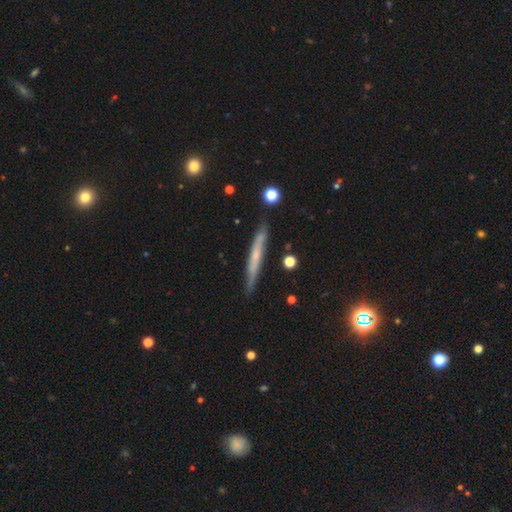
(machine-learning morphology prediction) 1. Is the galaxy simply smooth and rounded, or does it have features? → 48% featured or disk, 44% smooth, 8% star or artifact.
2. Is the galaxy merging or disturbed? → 84% none, 12% minor disturbance, 2% major disturbance, 2% merger.